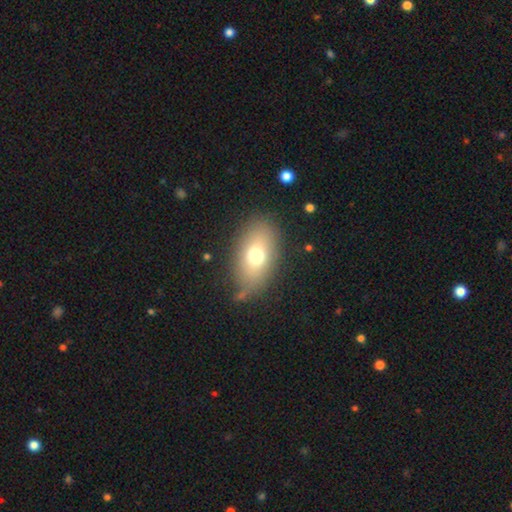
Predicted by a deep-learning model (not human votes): This appears to be a smooth galaxy with no disk features (70%) that is in between round and cigar-shaped (84%). Merging: none (77%).